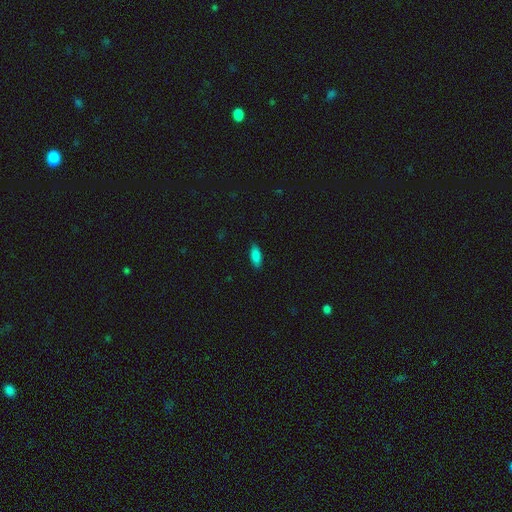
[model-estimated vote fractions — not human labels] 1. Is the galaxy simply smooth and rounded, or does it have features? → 86% smooth, 8% star or artifact, 6% featured or disk.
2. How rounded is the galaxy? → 79% in between, 19% cigar-shaped, 2% round.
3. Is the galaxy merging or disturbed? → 86% none, 11% minor disturbance, 2% major disturbance, 1% merger.